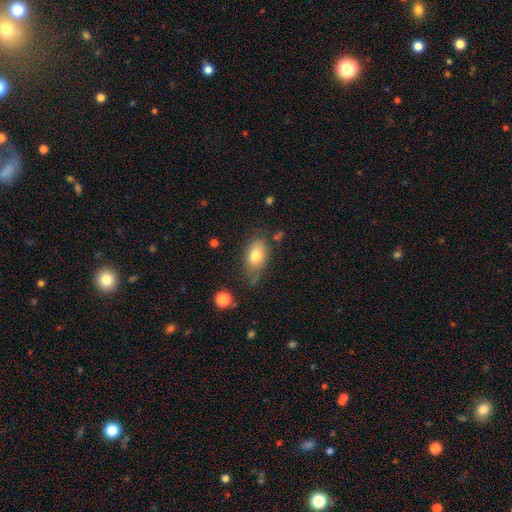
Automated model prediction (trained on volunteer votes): Morphology: type=smooth (77%); roundness=in between (88%); merging=none (57%).